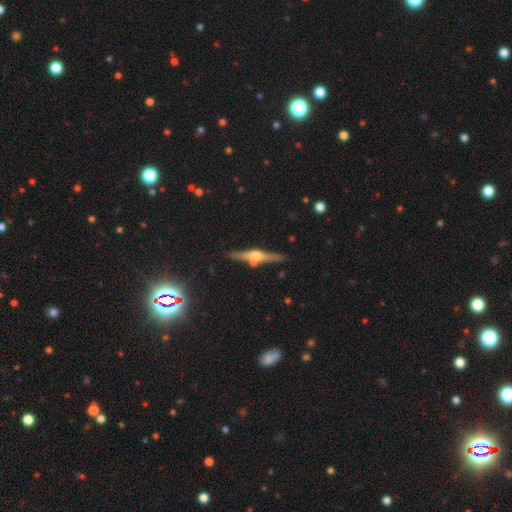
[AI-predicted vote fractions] A featured or disk galaxy (70%) viewed edge-on (97%) with a rounded central bulge (91%). Merging: none (82%).